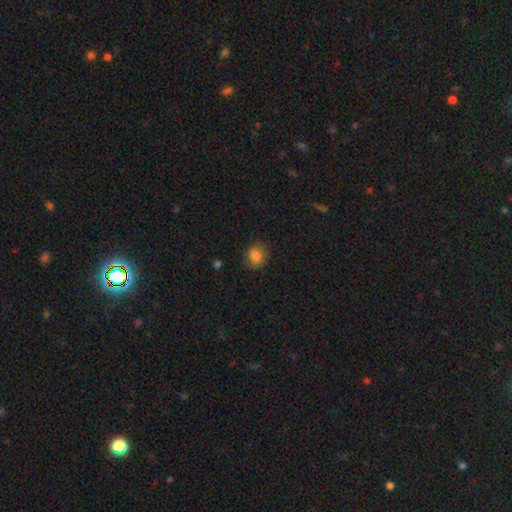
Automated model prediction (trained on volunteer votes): Smooth or featured?
  - smooth: 84% *
  - star or artifact: 10%
  - featured or disk: 6%
How rounded?
  - round: 76% *
  - in between: 23%
  - cigar-shaped: 1%
Merging?
  - none: 84% *
  - minor disturbance: 12%
  - major disturbance: 3%
  - merger: 1%